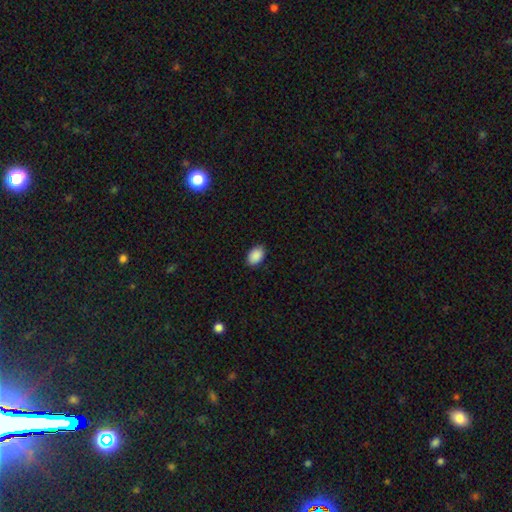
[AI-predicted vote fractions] This appears to be a smooth galaxy with no disk features (90%) that is in between round and cigar-shaped (86%). Merging: none (87%).